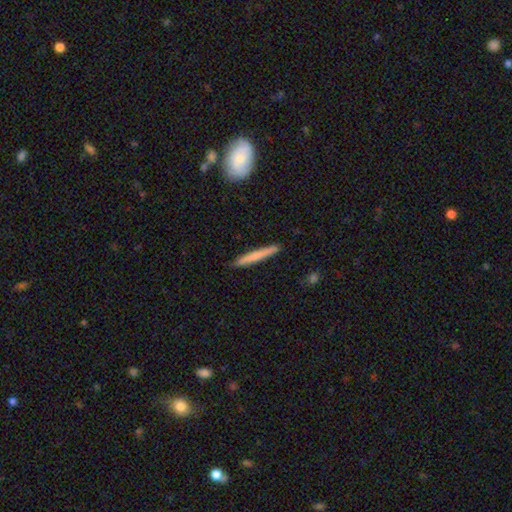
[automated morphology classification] A smooth galaxy with no disk features (69%) that is cigar-shaped (96%).

Vote fractions:
- Smooth or featured? smooth: 69% / featured or disk: 26% / star or artifact: 5%
- How rounded? cigar-shaped: 96% / in between: 3% / round: 1%
- Merging? none: 90% / minor disturbance: 7% / major disturbance: 1% / merger: 1%